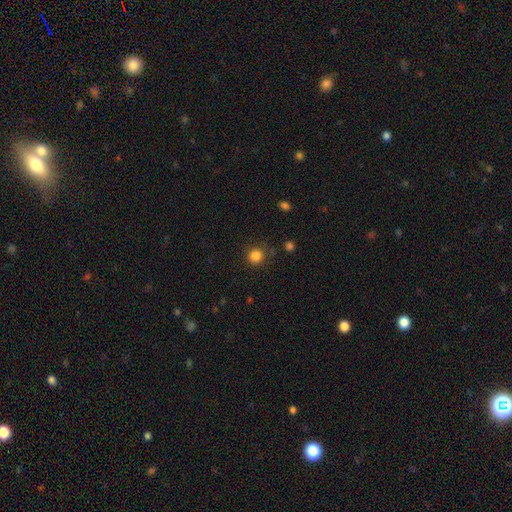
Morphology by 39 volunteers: Volunteers were most divided on "merging": none: 84%, minor disturbance: 11%, major disturbance: 3%, merger: 3%. More confident: how rounded — round (94%); smooth or featured — smooth (85%).